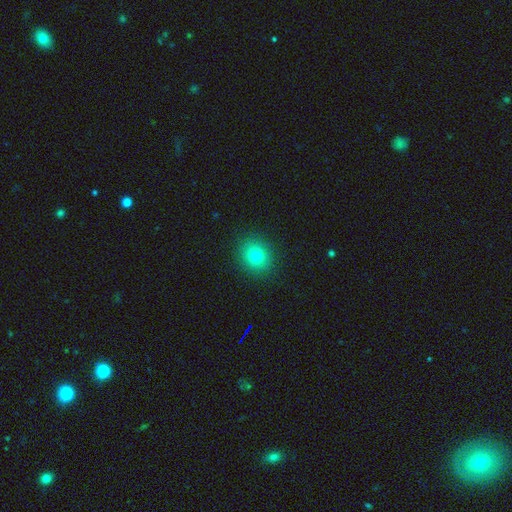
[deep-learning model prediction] Smooth or featured: smooth — 78% (star or artifact — 13%)
How rounded: round — 80% (in between — 19%)
Merging: none — 91% (minor disturbance — 6%)